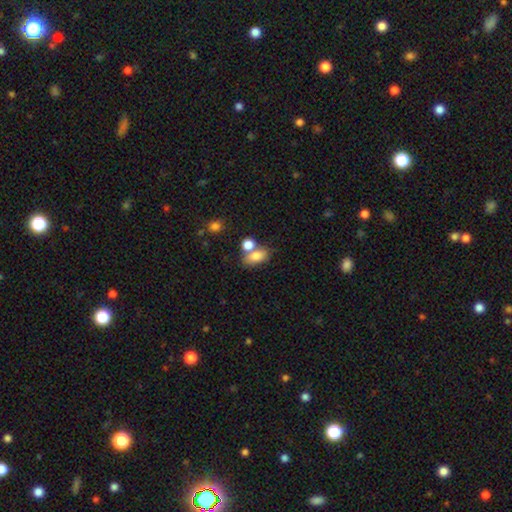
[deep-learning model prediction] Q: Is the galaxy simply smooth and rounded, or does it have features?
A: smooth — 79%.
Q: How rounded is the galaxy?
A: in between — 83%.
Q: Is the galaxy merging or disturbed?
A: none — 49%.